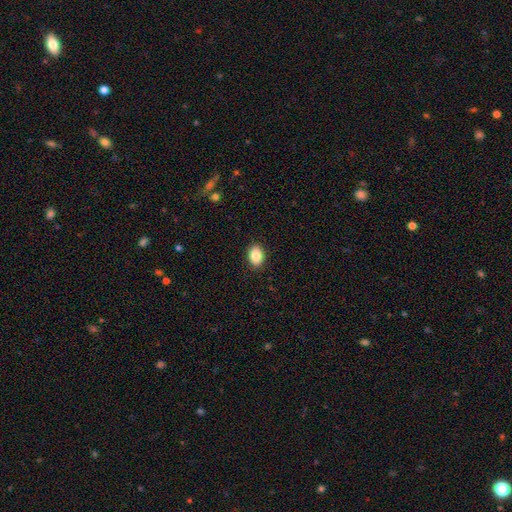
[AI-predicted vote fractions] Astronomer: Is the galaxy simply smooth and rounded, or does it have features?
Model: smooth — 88%.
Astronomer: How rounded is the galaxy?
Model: in between — 79%.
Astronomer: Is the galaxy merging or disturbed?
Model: none — 90%.